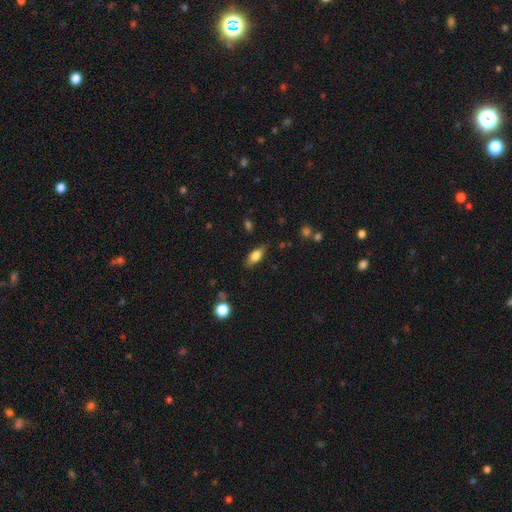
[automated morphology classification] This is likely a smooth galaxy (69%). How rounded: likely in between (77%). Merging: clearly none (82%).